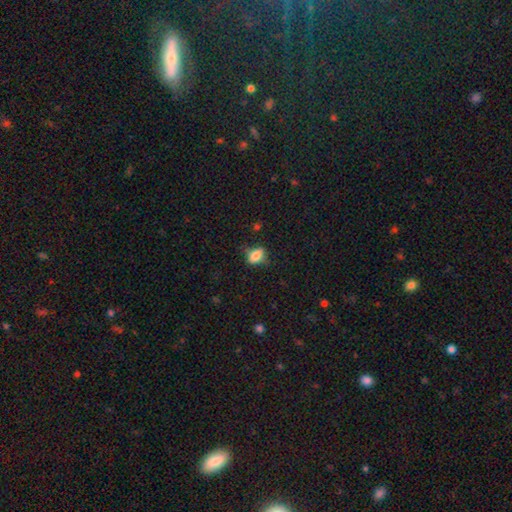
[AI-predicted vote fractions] smooth-or-featured: smooth: 72% | featured or disk: 18% | star or artifact: 10%
  how-rounded: in between: 74% | round: 22% | cigar-shaped: 5%
  merging: none: 64% | minor disturbance: 25% | major disturbance: 8% | merger: 2%